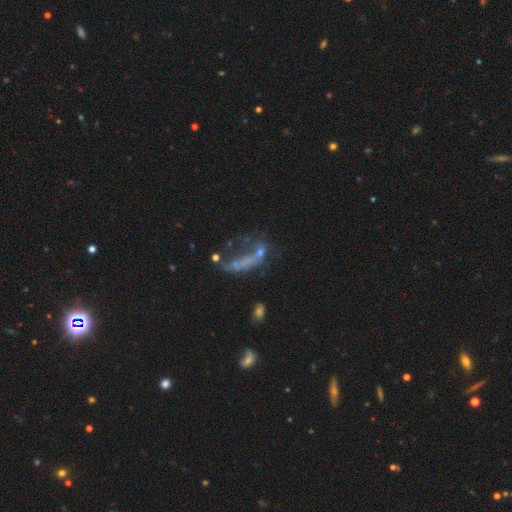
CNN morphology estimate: This appears to be a featured or disk galaxy (43%). Merging: major disturbance (36%).